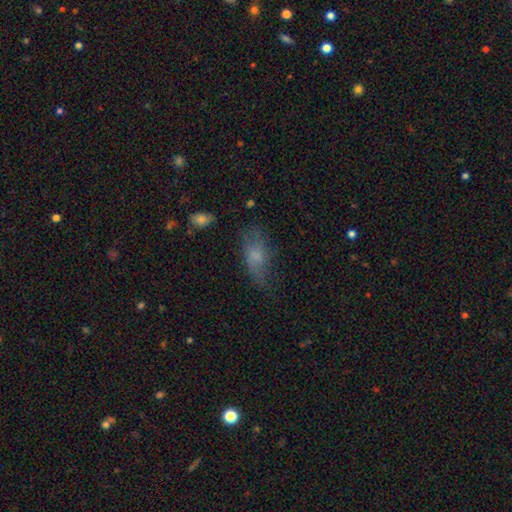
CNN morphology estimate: Smooth or featured? Predicted: smooth (p=0.63). How rounded? Predicted: in between (p=0.80). Merging? Predicted: none (p=0.51).